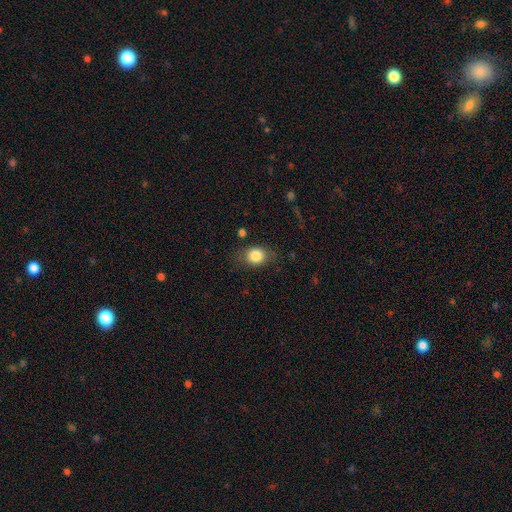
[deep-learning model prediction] The model was most divided on "how rounded": round: 54%, in between: 45%, cigar-shaped: 1%. More confident: smooth or featured — smooth (83%); merging — none (75%).